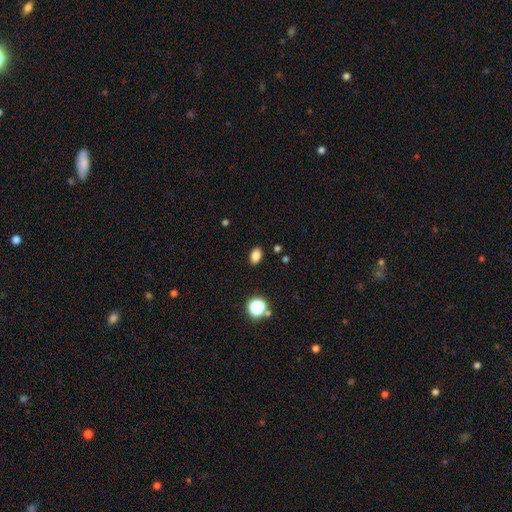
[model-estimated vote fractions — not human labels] smooth-or-featured: smooth: 82% | star or artifact: 13% | featured or disk: 5%
  how-rounded: in between: 82% | round: 17% | cigar-shaped: 2%
  merging: none: 88% | minor disturbance: 8% | major disturbance: 2% | merger: 1%